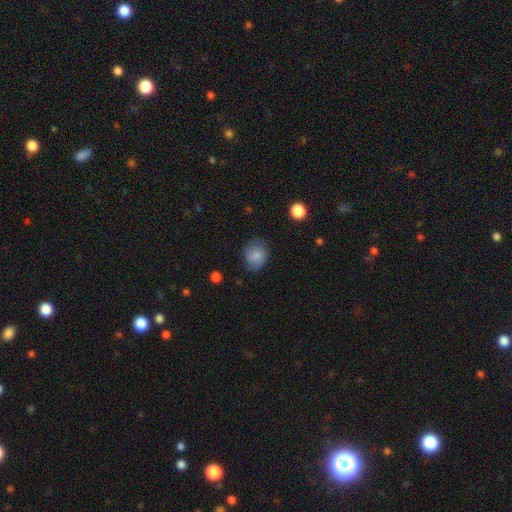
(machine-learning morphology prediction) smooth 81%, featured or disk 10%, star or artifact 9%. Down the decision tree: how rounded — round (68%); merging — none (70%).